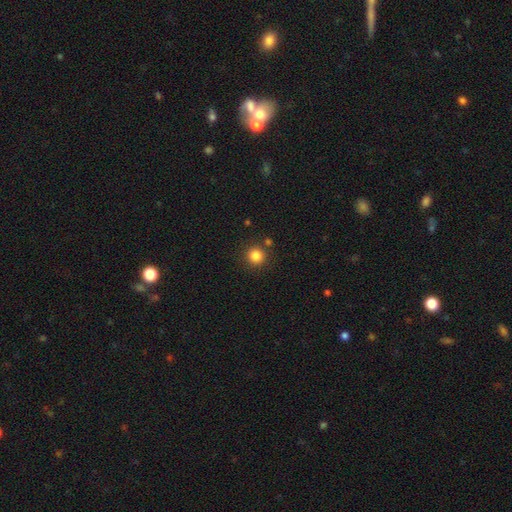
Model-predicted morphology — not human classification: Smooth or featured? smooth (84%)
How rounded? round (94%)
Merging? none (87%)